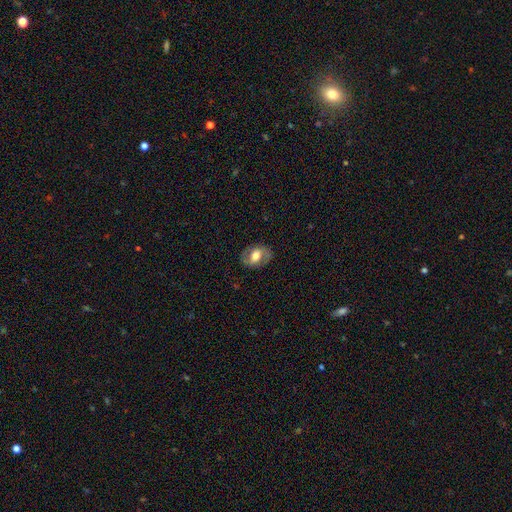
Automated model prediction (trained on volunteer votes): Overall: featured or disk (52%; smooth 41%). Edge-on disk: no (95%). Merging: none (80%).